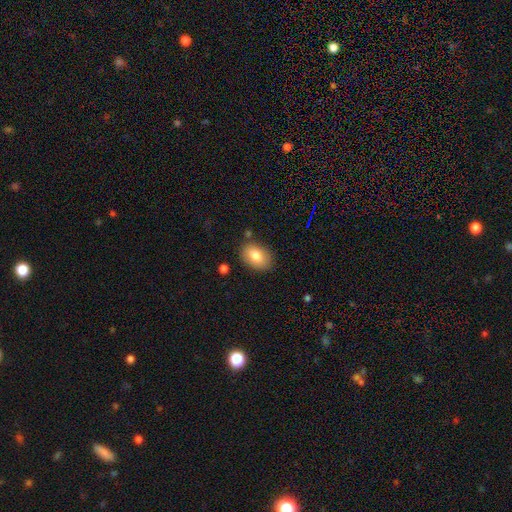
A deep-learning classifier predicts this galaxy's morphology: Smooth or featured: smooth — 80% (featured or disk — 12%)
How rounded: in between — 84% (round — 14%)
Merging: none — 82% (minor disturbance — 12%)